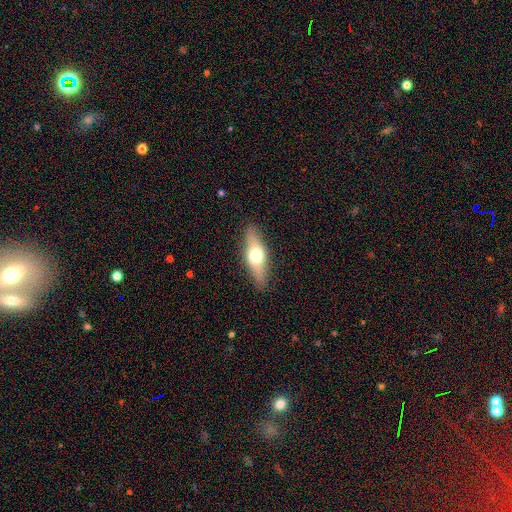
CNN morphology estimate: smooth-or-featured: smooth: 50% | featured or disk: 44% | star or artifact: 6%
  how-rounded: in between: 48% (tied) | cigar-shaped: 48% (tied) | round: 3%
  merging: none: 87% | minor disturbance: 9% | major disturbance: 2% | merger: 1%